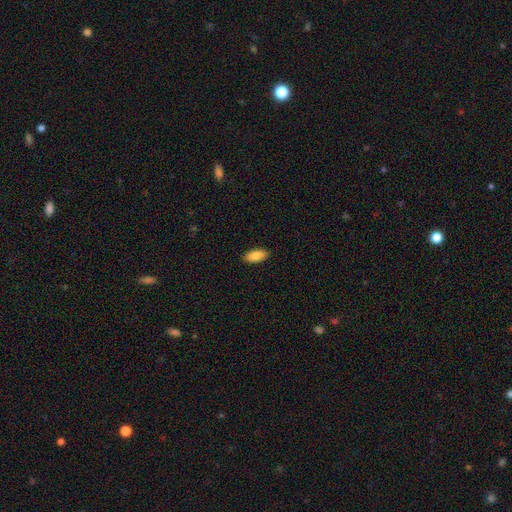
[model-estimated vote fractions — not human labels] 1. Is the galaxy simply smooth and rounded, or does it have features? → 86% smooth, 8% featured or disk, 6% star or artifact.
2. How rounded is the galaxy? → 86% in between, 12% cigar-shaped, 2% round.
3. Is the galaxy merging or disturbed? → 89% none, 8% minor disturbance, 2% major disturbance, 1% merger.